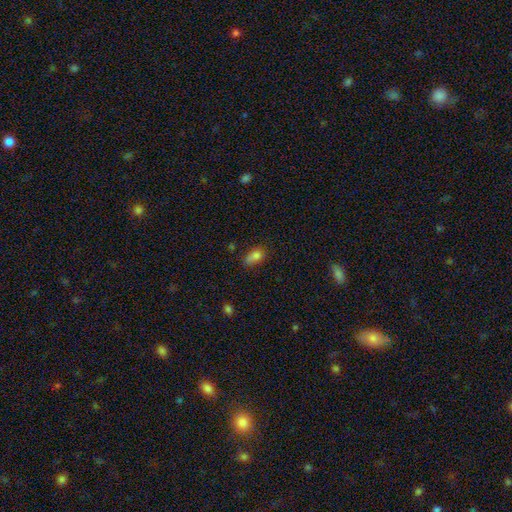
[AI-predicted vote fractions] A smooth galaxy with no disk features (78%) that is in between round and cigar-shaped (80%). Merging: none (52%).